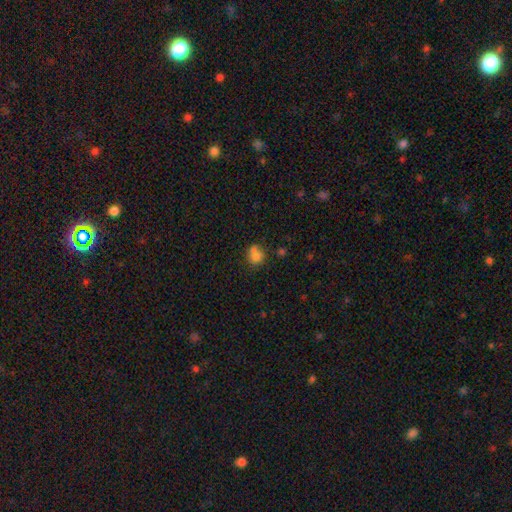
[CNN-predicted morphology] Overall: smooth (75%). How rounded: round (75%). Merging: none (43%; merger 38%).